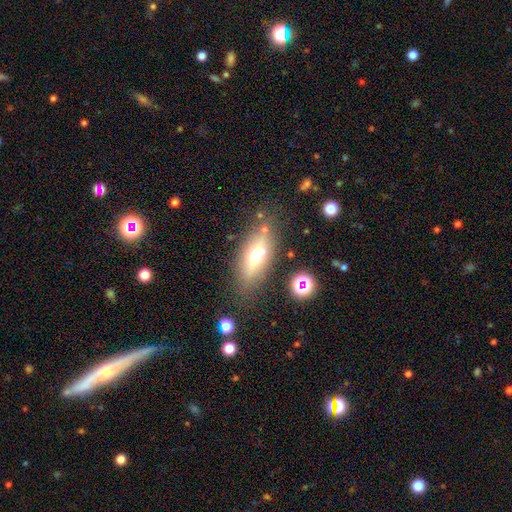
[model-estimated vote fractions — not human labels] The model was most divided on "smooth or featured": smooth: 56%, featured or disk: 32%, star or artifact: 11%. More confident: merging — none (75%); how rounded — in between (71%).